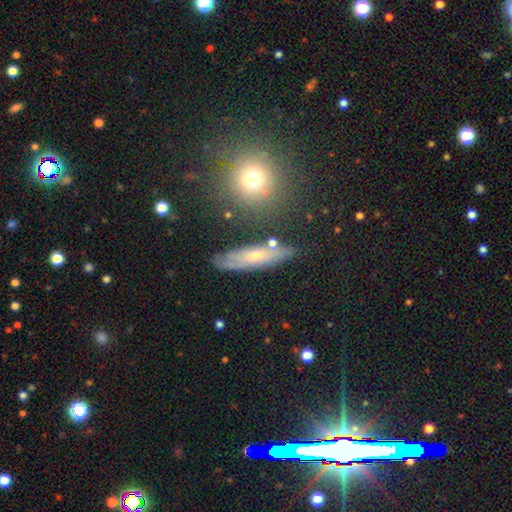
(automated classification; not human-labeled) This is possibly a featured or disk galaxy (47%). Merging: likely none (77%).